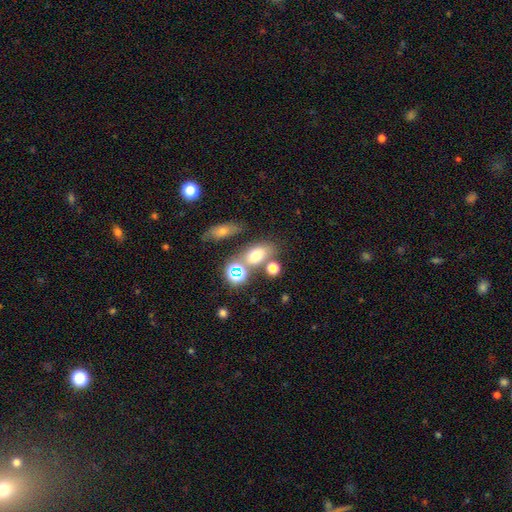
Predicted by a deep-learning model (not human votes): This is likely a smooth galaxy (67%). How rounded: likely in between (77%). Merging: possibly none (58%).